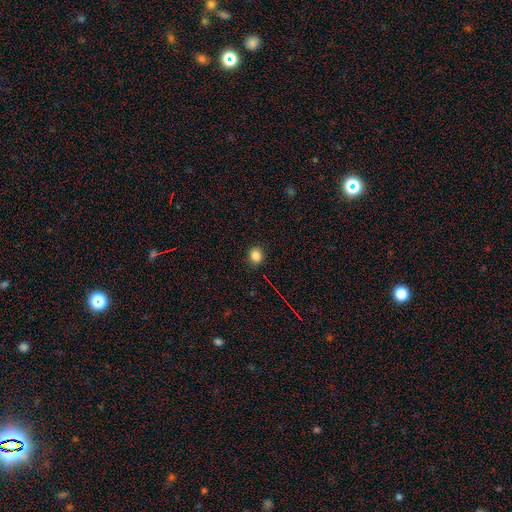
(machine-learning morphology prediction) Smooth or featured?
  - smooth: 83% *
  - star or artifact: 13%
  - featured or disk: 5%
How rounded?
  - round: 80% *
  - in between: 19%
  - cigar-shaped: 1%
Merging?
  - none: 89% *
  - minor disturbance: 8%
  - major disturbance: 2%
  - merger: 1%